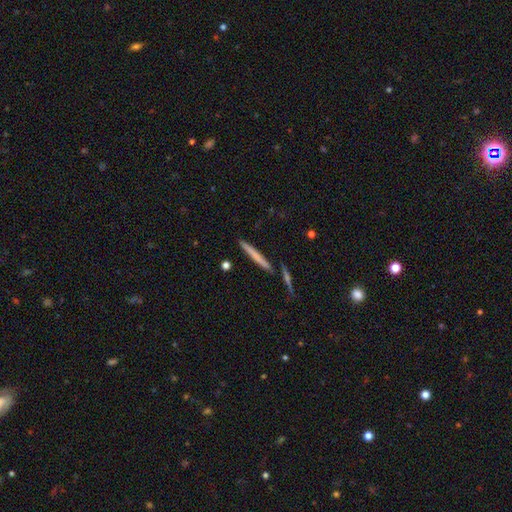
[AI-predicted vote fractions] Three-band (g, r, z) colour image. It shows a smooth galaxy with no disk features (60%) that is cigar-shaped (96%). Merging: none (81%).